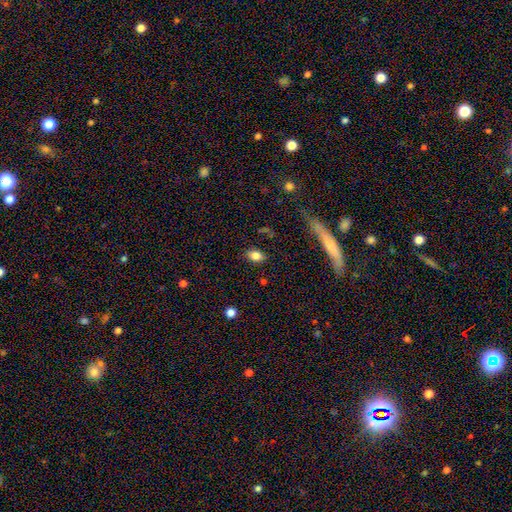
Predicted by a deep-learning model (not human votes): Smooth or featured?
  - smooth: 81% *
  - star or artifact: 10%
  - featured or disk: 9%
How rounded?
  - in between: 81% *
  - round: 16%
  - cigar-shaped: 3%
Merging?
  - none: 84% *
  - minor disturbance: 11%
  - major disturbance: 3%
  - merger: 2%